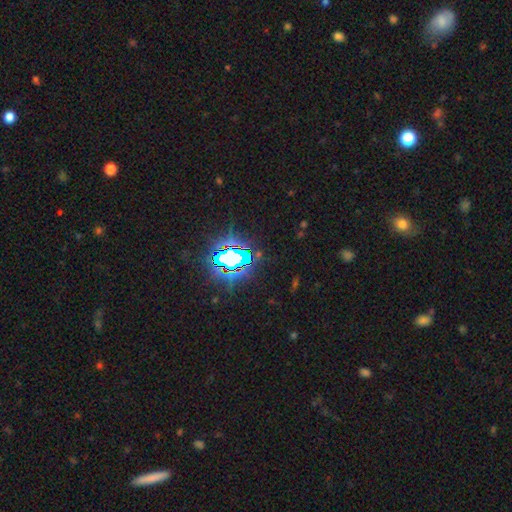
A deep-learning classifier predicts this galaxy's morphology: star or artifact 76%, smooth 14%, featured or disk 10%.